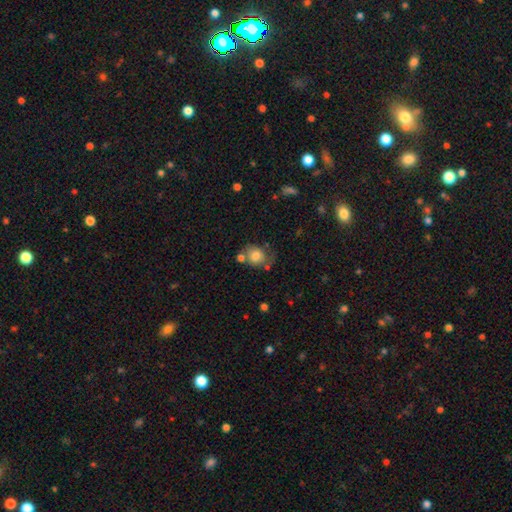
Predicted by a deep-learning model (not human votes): This appears to be a smooth galaxy with no disk features (72%) that is round (65%). Merging: none (49%).